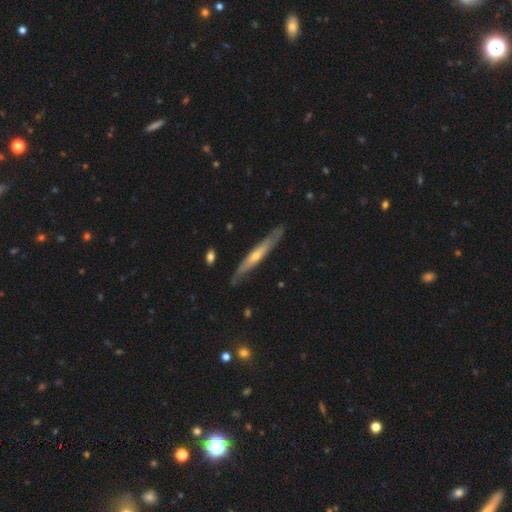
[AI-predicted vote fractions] This appears to be a featured or disk galaxy (62%) viewed edge-on (86%) with a rounded central bulge (65%). Merging: none (80%).